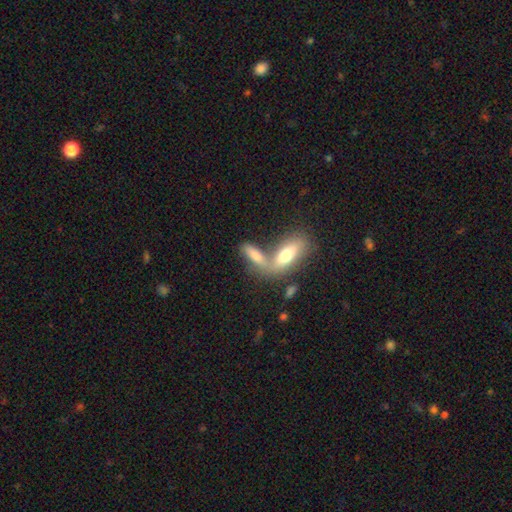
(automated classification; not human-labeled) Morphology: type=smooth (71%); roundness=in between (56%); merging=merger (55%).